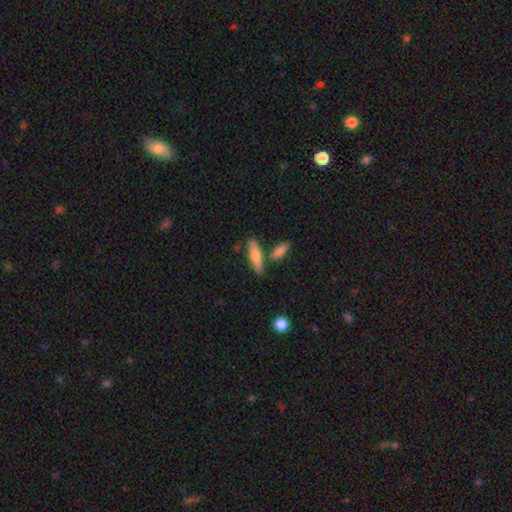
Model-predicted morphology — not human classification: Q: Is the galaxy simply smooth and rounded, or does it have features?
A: smooth — 71%.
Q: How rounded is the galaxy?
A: cigar-shaped — 64%.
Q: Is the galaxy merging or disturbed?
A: none — 69%.